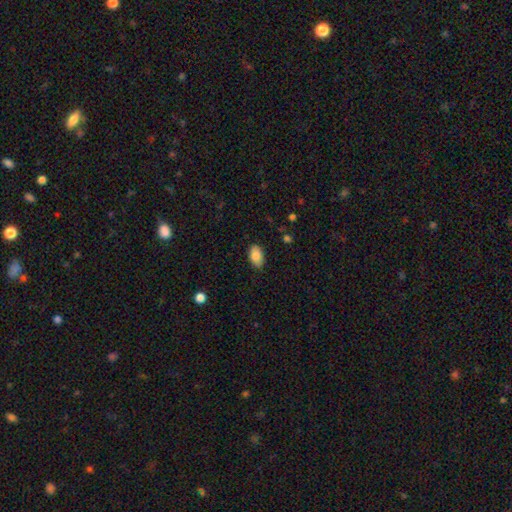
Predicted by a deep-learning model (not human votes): Overall: smooth (84%). How rounded: in between (93%). Merging: none (86%).